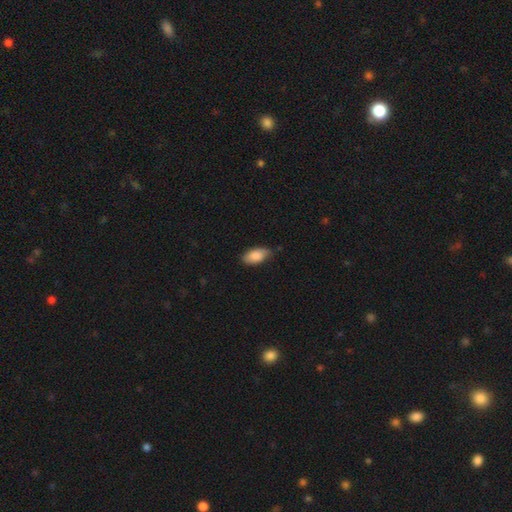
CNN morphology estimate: A smooth galaxy with no disk features (86%) that is in between round and cigar-shaped (92%).

Vote fractions:
- Smooth or featured? smooth: 86% / featured or disk: 7% / star or artifact: 6%
- How rounded? in between: 92% / cigar-shaped: 5% / round: 3%
- Merging? none: 68% / minor disturbance: 27% / major disturbance: 4% / merger: 1%